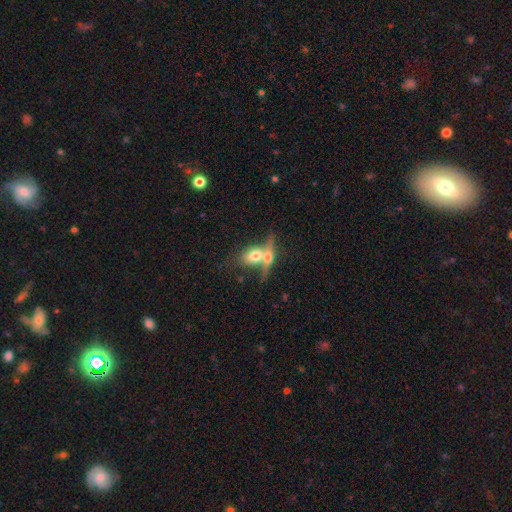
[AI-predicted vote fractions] smooth 58%, featured or disk 35%, star or artifact 7%. Down the decision tree: how rounded — in between (62%); merging — merger (64%).